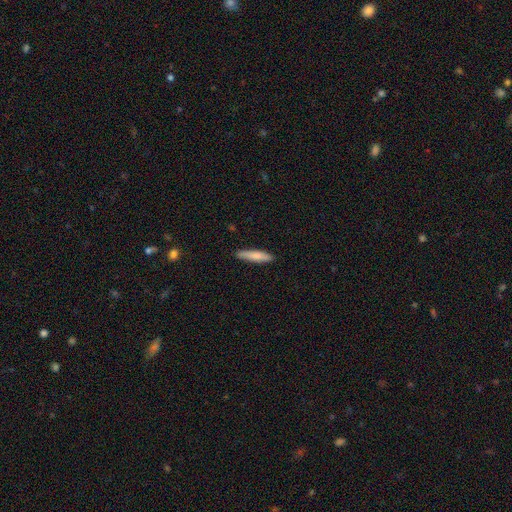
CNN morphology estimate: Smooth or featured? Predicted: smooth (p=0.81). How rounded? Predicted: cigar-shaped (p=0.83). Merging? Predicted: none (p=0.87).